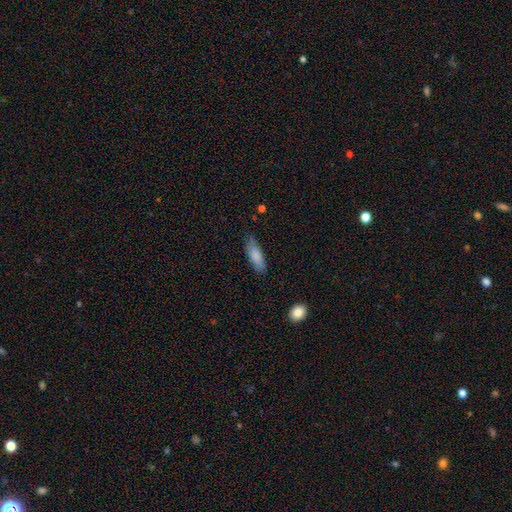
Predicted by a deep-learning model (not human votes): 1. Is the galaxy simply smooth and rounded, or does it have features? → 82% smooth, 13% featured or disk, 6% star or artifact.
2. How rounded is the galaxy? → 51% in between, 47% cigar-shaped, 2% round.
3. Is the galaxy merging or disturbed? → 78% none, 17% minor disturbance, 3% major disturbance, 1% merger.